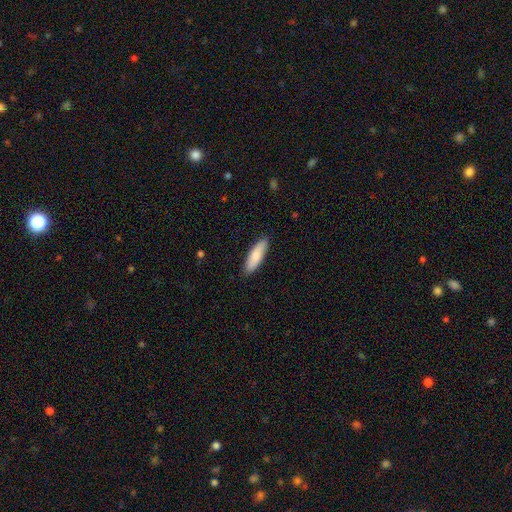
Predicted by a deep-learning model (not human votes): The model was most divided on "how rounded": cigar-shaped: 55%, in between: 43%, round: 2%. More confident: merging — none (88%); smooth or featured — smooth (83%).